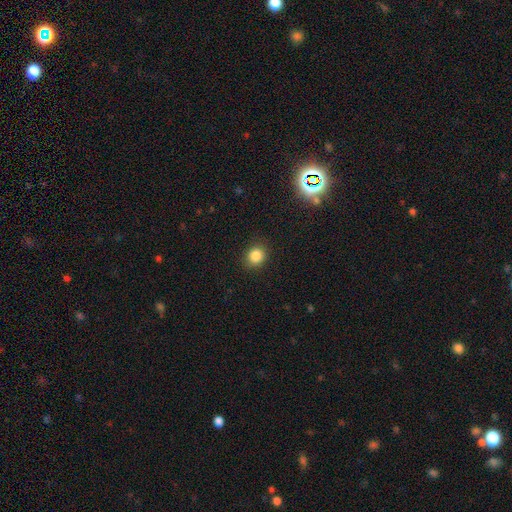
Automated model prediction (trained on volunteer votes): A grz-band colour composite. It shows a smooth galaxy with no disk features (84%) that is round (75%). Merging: none (88%).